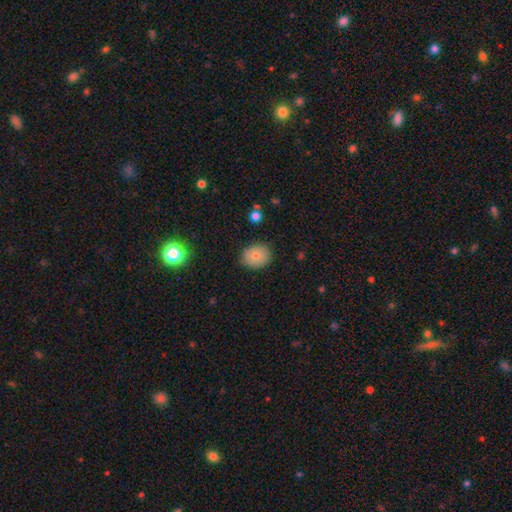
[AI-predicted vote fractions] This appears to be a smooth galaxy with no disk features (74%) that is round (64%). Merging: none (85%).